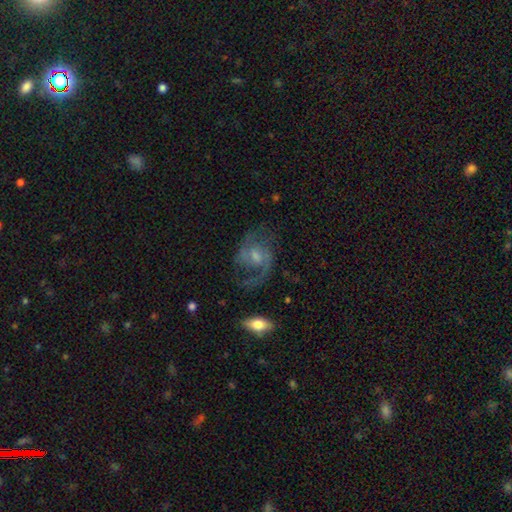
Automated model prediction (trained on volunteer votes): featured or disk 81%, smooth 11%, star or artifact 8%. Down the decision tree: edge-on disk — no (97%); bar — no (46%); spiral arms — yes (94%); spiral arm count — 2 (79%); spiral winding — medium (54%); bulge size — moderate (43%); merging — none (64%).